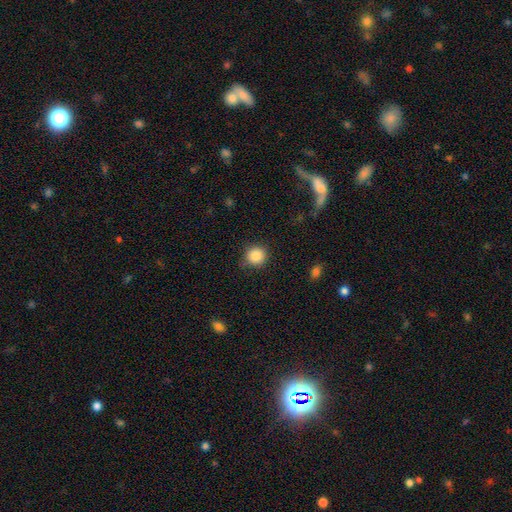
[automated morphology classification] A smooth galaxy with no disk features (87%) that is round (92%). Merging: none (84%).